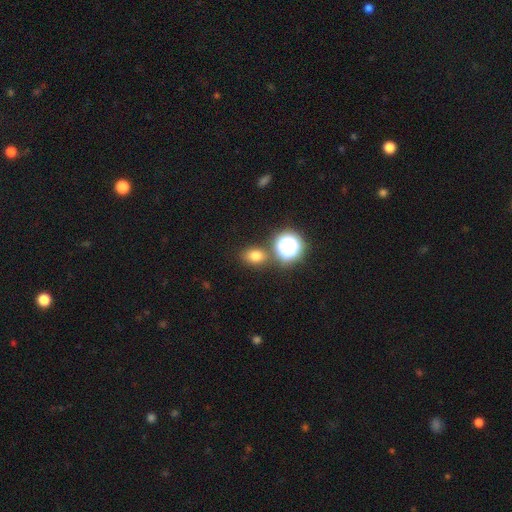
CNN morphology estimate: The model was most divided on "how rounded": in between: 58%, round: 41%, cigar-shaped: 1%. More confident: merging — none (77%); smooth or featured — smooth (72%).